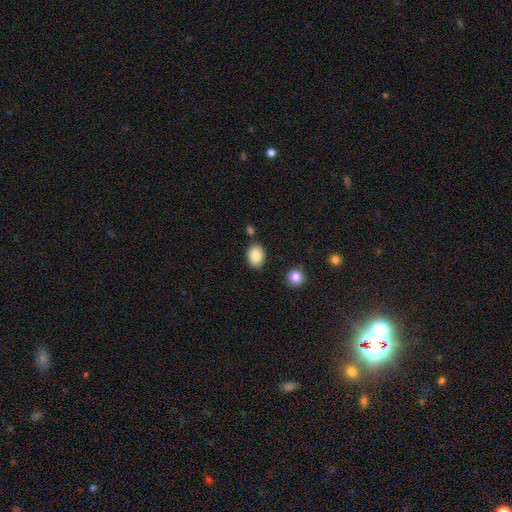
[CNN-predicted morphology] This is clearly a smooth galaxy (85%). How rounded: likely in between (66%). Merging: clearly none (84%).